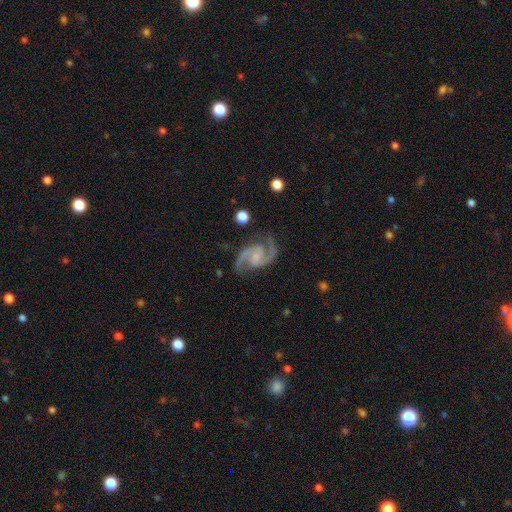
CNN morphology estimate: type=featured or disk (93%); edge-on=no (98%); bar=no (46%); spiral arms=yes (99%); winding=medium (64%); arm count=2 (94%); bulge=small (51%); merging=none (79%).